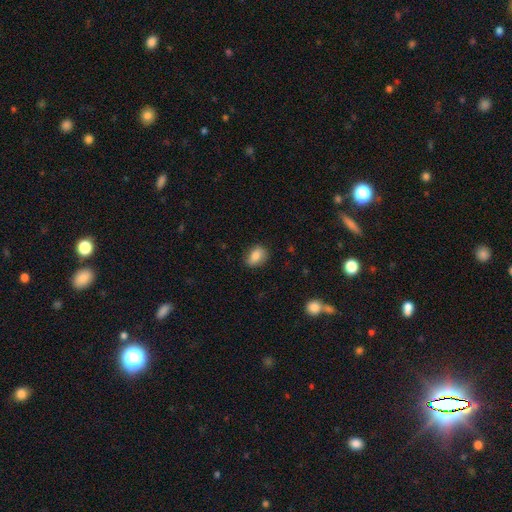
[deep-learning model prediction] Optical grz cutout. It shows a smooth galaxy with no disk features (82%) that is in between round and cigar-shaped (76%). Merging: none (80%).